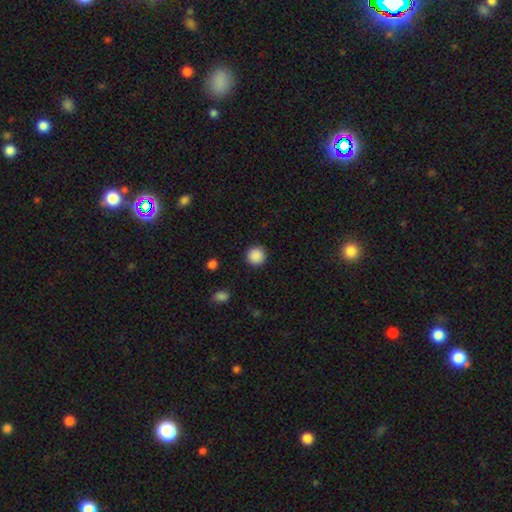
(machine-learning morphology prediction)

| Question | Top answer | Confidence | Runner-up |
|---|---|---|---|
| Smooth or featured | smooth | 88% | star or artifact (9%) |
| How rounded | round | 95% | in between (4%) |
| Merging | none | 91% | minor disturbance (6%) |